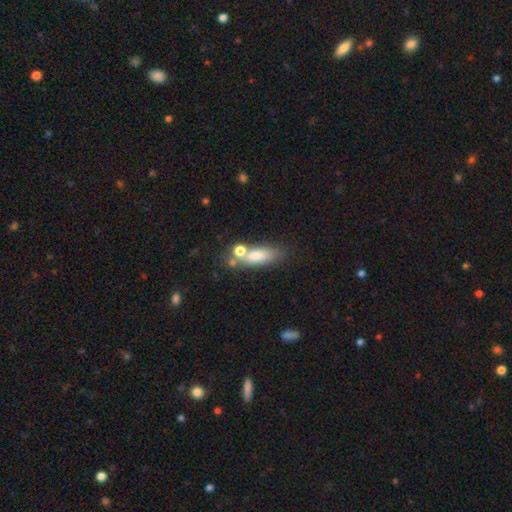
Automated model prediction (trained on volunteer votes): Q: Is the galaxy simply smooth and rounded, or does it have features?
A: smooth — 71%.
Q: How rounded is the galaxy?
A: in between — 60%.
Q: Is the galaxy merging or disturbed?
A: none — 50%.